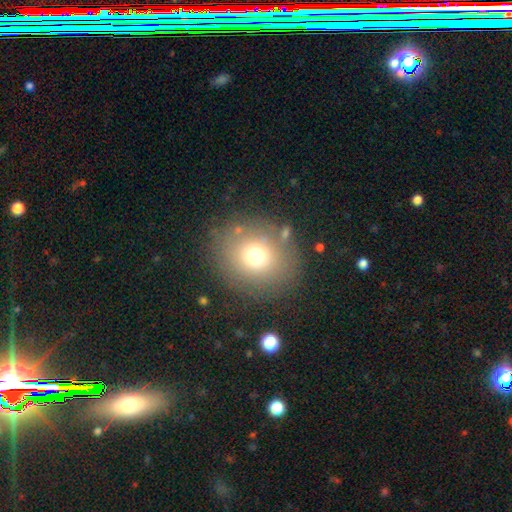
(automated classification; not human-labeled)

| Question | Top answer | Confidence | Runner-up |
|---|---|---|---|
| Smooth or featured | smooth | 72% | star or artifact (15%) |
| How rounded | round | 80% | in between (19%) |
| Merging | none | 83% | minor disturbance (10%) |